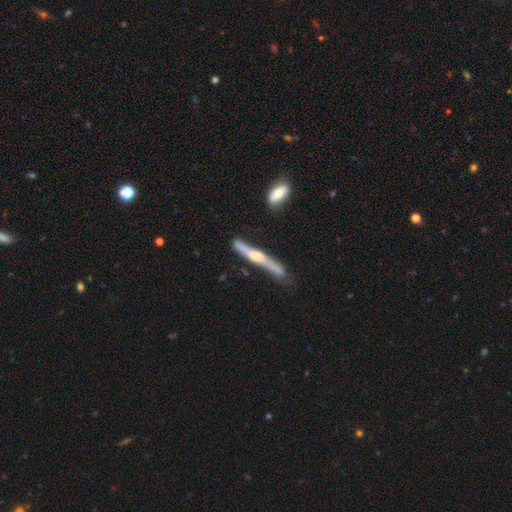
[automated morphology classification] Smooth or featured: featured or disk — 69% (smooth — 25%)
Edge-on disk: yes — 94% (no — 6%)
Edge-on bulge: rounded — 64% (boxy — 19%)
Merging: none — 71% (minor disturbance — 20%)